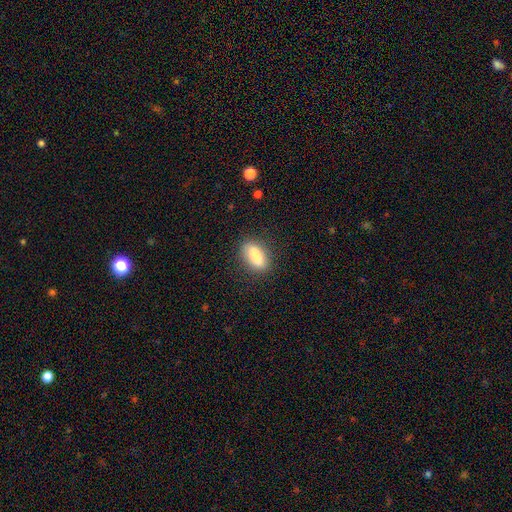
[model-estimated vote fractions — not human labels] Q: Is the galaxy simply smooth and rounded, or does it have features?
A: smooth — 79%.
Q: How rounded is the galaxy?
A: in between — 64%.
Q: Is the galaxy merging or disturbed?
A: none — 83%.